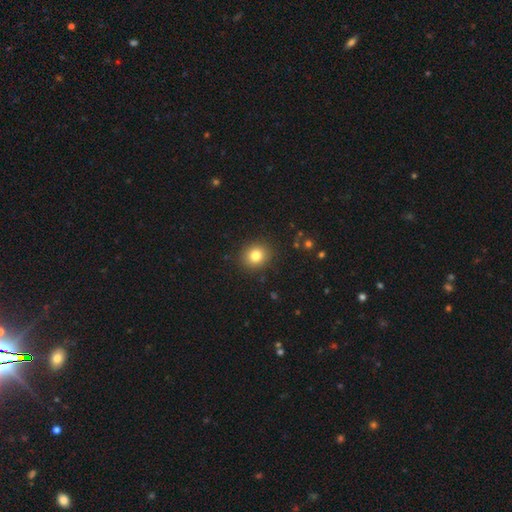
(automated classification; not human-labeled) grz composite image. It shows a smooth galaxy with no disk features (81%) that is round (81%). Merging: none (89%).